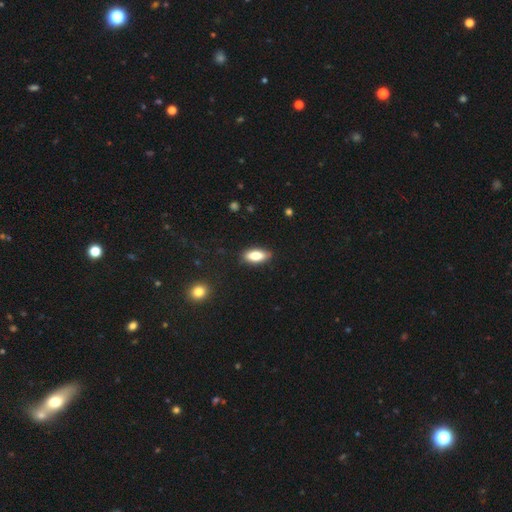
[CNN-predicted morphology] Smooth or featured?
  - smooth: 79% *
  - featured or disk: 14%
  - star or artifact: 7%
How rounded?
  - in between: 84% *
  - cigar-shaped: 14%
  - round: 3%
Merging?
  - none: 85% *
  - minor disturbance: 12%
  - major disturbance: 2%
  - merger: 1%